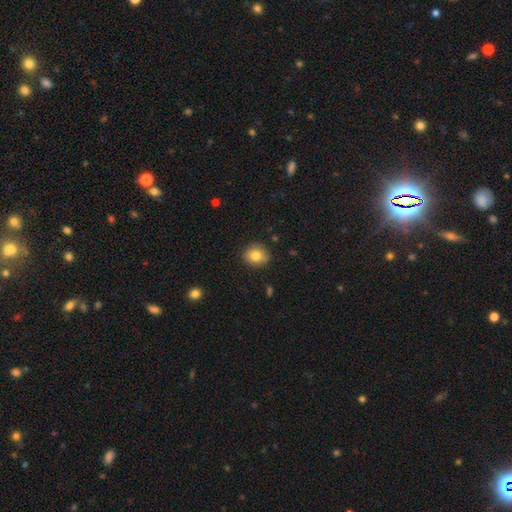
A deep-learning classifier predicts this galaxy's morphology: This is clearly a smooth galaxy (81%). How rounded: likely round (77%). Merging: clearly none (86%).